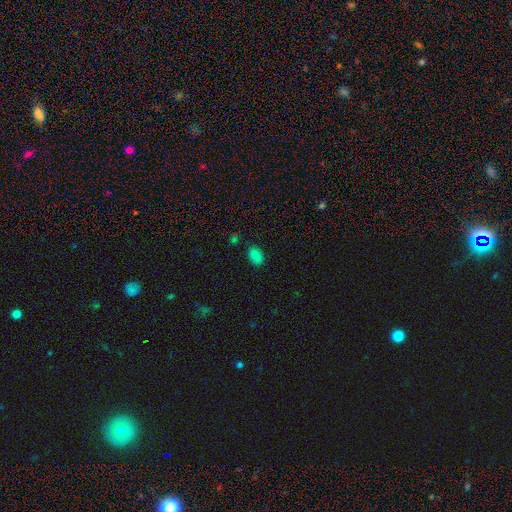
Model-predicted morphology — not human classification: Smooth or featured: smooth — 80% (star or artifact — 14%)
How rounded: in between — 87% (round — 12%)
Merging: none — 80% (minor disturbance — 13%)